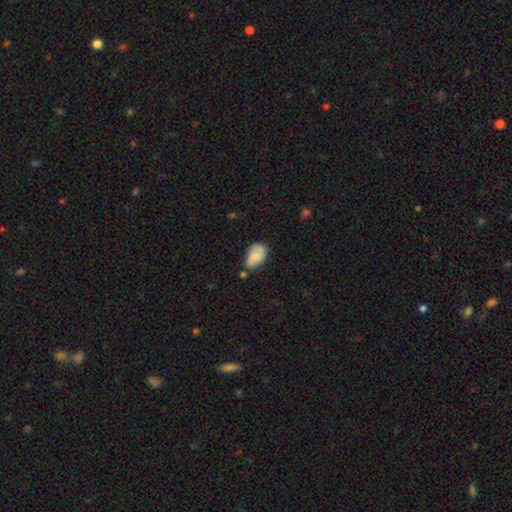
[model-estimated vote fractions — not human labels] smooth_or_featured: smooth (p=0.78) [alt: featured or disk p=0.15]
how_rounded: in between (p=0.90) [alt: round p=0.09]
merging: none (p=0.48) [alt: minor disturbance p=0.35]